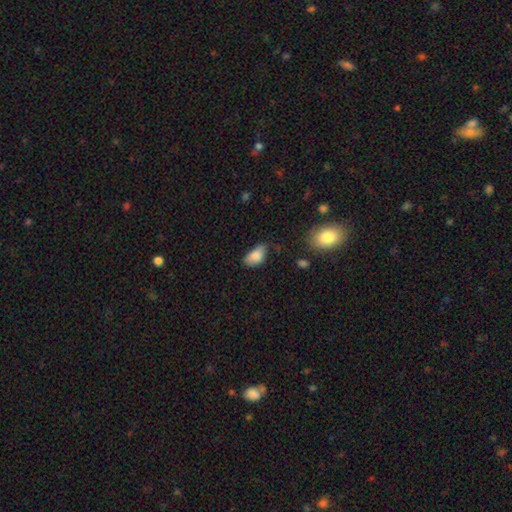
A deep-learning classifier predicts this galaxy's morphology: A smooth galaxy with no disk features (84%) that is in between round and cigar-shaped (92%). Merging: none (46%).